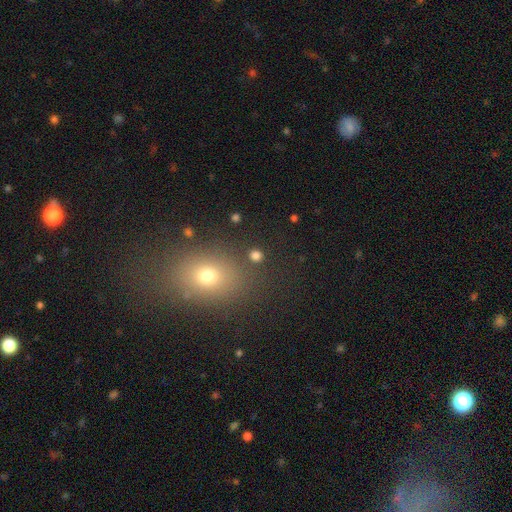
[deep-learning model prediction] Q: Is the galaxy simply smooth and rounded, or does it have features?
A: smooth — 77%.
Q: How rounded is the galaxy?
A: round — 81%.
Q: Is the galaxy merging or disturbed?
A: none — 84%.